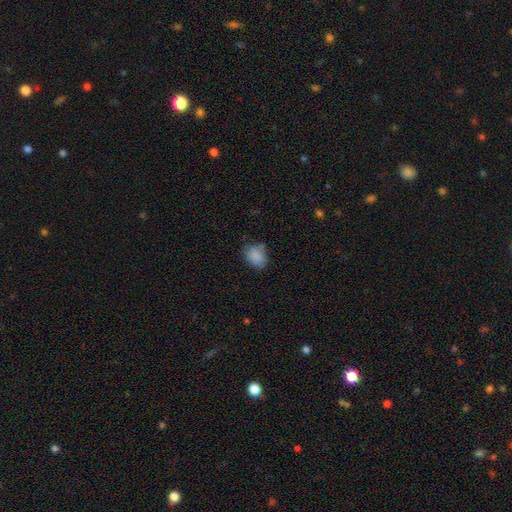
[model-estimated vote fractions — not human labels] Smooth or featured? smooth (86%)
How rounded? in between (62%)
Merging? none (67%)